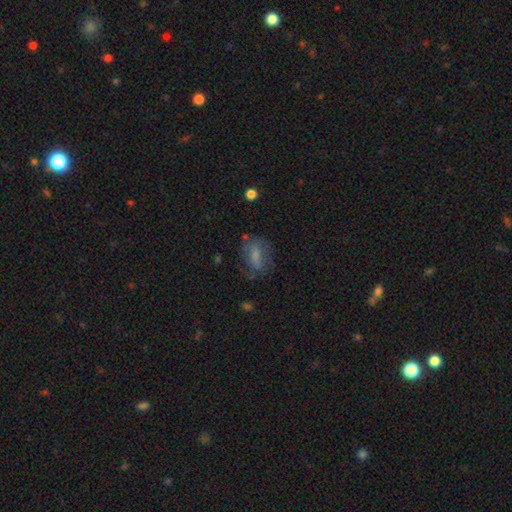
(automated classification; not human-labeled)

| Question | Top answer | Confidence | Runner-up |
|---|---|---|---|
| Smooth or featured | smooth | 60% | featured or disk (30%) |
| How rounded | in between | 74% | round (19%) |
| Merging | none | 57% | minor disturbance (23%) |